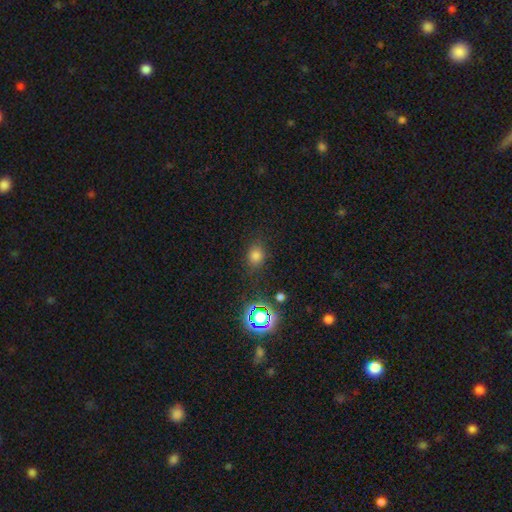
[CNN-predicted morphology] smooth 74%, star or artifact 20%, featured or disk 6%. Down the decision tree: how rounded — round (58%); merging — none (81%).